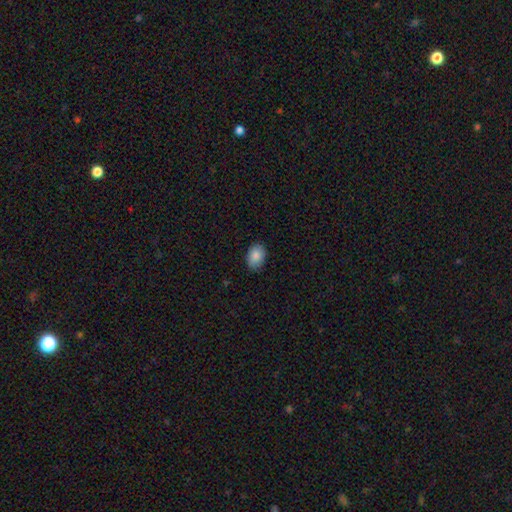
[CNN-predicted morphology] type=smooth (87%); roundness=in between (79%); merging=none (84%).